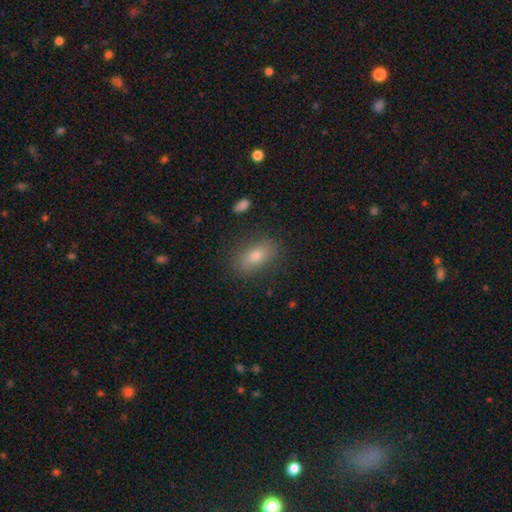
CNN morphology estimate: The model was most divided on "smooth or featured": smooth: 77%, featured or disk: 13%, star or artifact: 10%. More confident: how rounded — in between (85%); merging — none (85%).